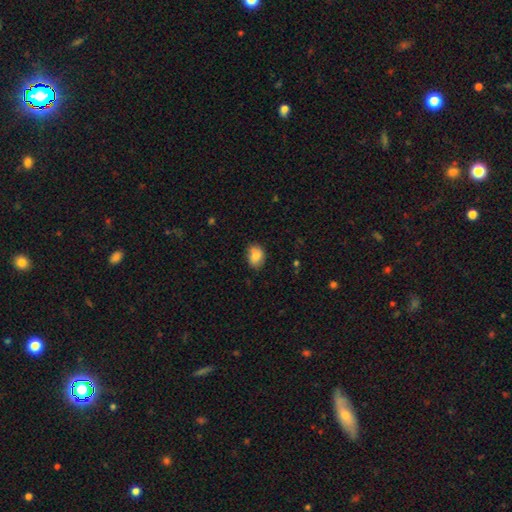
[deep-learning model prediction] Smooth or featured? smooth (82%)
How rounded? in between (63%)
Merging? none (75%)